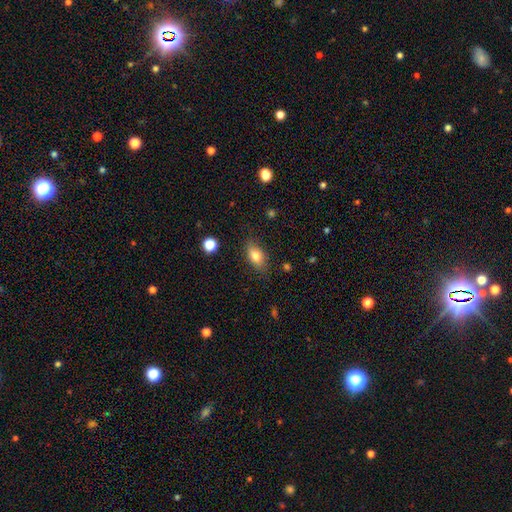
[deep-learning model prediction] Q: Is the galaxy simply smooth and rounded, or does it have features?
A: smooth — 77%.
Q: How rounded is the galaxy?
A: in between — 85%.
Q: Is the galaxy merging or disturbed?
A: none — 80%.